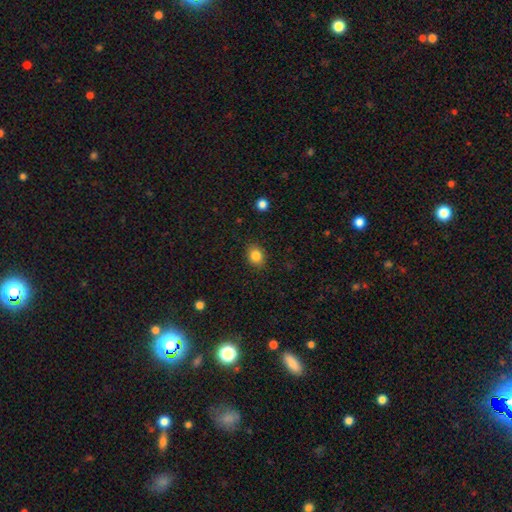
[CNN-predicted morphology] Smooth or featured? smooth (84%)
How rounded? in between (54%)
Merging? none (88%)